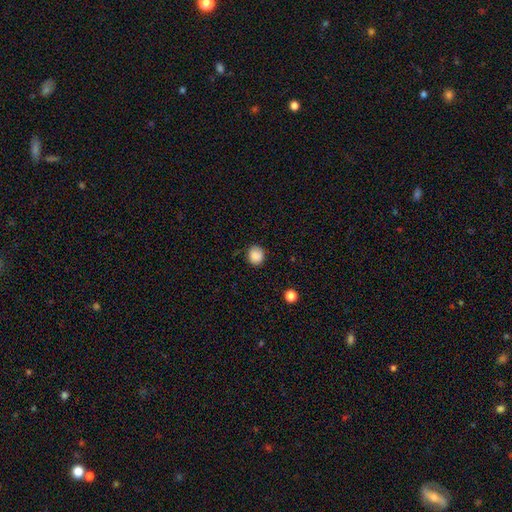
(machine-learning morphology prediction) smooth_or_featured: smooth (p=0.87) [alt: star or artifact p=0.09]
how_rounded: round (p=0.77) [alt: in between p=0.22]
merging: none (p=0.83) [alt: minor disturbance p=0.13]